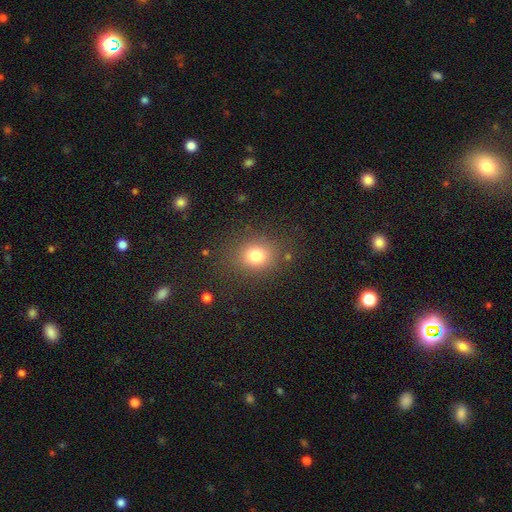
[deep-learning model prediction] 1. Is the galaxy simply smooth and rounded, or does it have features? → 77% smooth, 14% star or artifact, 8% featured or disk.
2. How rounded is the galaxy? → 71% round, 28% in between, 1% cigar-shaped.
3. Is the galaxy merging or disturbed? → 82% none, 11% minor disturbance, 5% major disturbance, 2% merger.